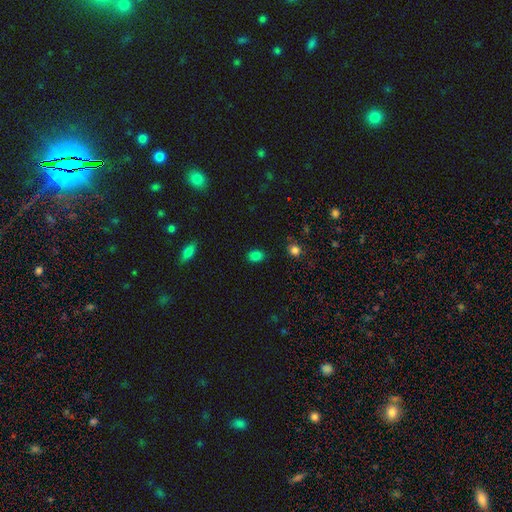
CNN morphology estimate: This is clearly a smooth galaxy (82%). How rounded: likely in between (64%). Merging: clearly none (86%).